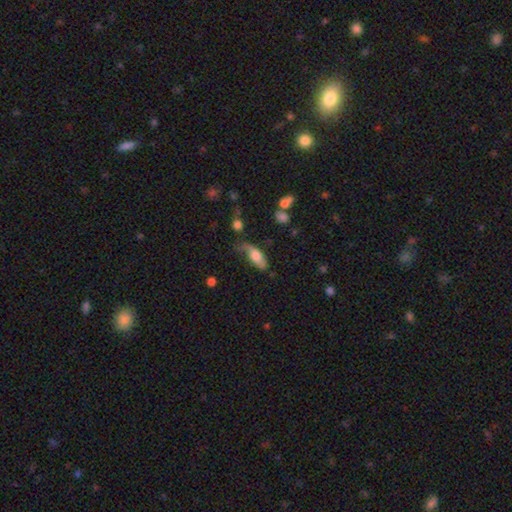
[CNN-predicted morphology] Smooth or featured? smooth (62%)
How rounded? in between (73%)
Merging? none (38%)